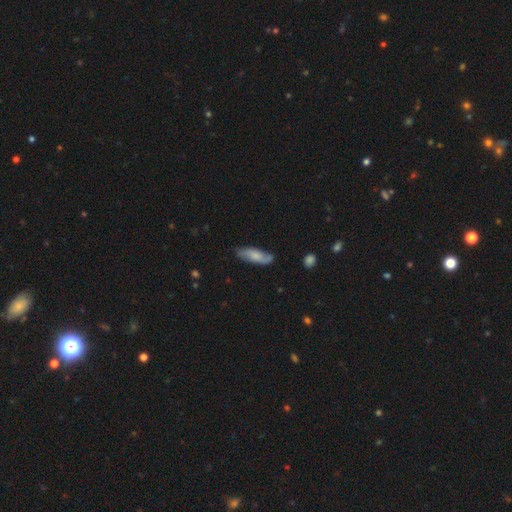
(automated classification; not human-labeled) Smooth or featured?
  - smooth: 58% *
  - featured or disk: 36%
  - star or artifact: 6%
How rounded?
  - in between: 58% *
  - cigar-shaped: 40%
  - round: 2%
Merging?
  - none: 70% *
  - minor disturbance: 22%
  - major disturbance: 5%
  - merger: 3%